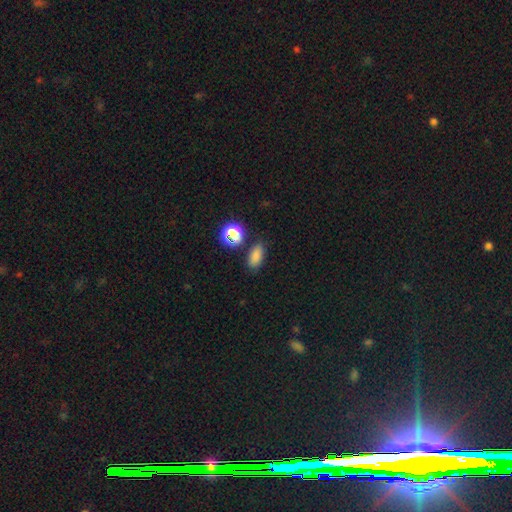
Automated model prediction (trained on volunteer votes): smooth 80%, star or artifact 15%, featured or disk 5%. Down the decision tree: how rounded — in between (85%); merging — none (79%).